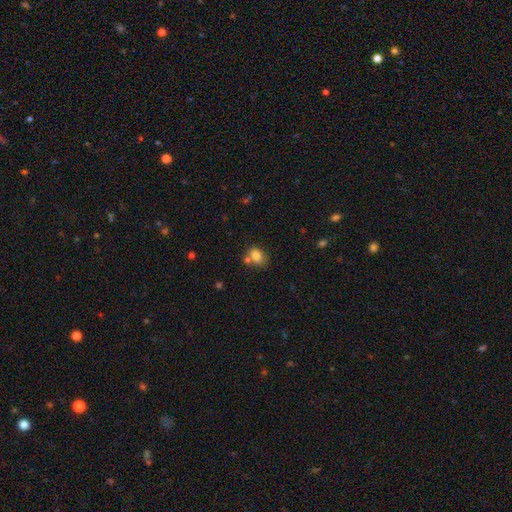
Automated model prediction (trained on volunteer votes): smooth 80%, star or artifact 10%, featured or disk 10%. Down the decision tree: how rounded — in between (70%); merging — none (50%).